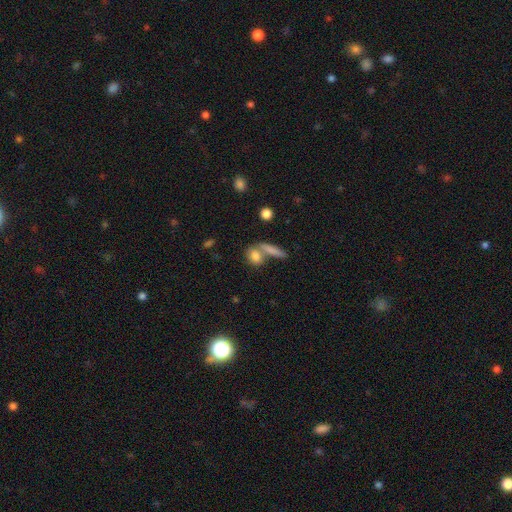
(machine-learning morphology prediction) smooth-or-featured: smooth: 78% | featured or disk: 14% | star or artifact: 9%
  how-rounded: in between: 52% | round: 28% | cigar-shaped: 20%
  merging: none: 48% | merger: 37% | minor disturbance: 10% | major disturbance: 5%